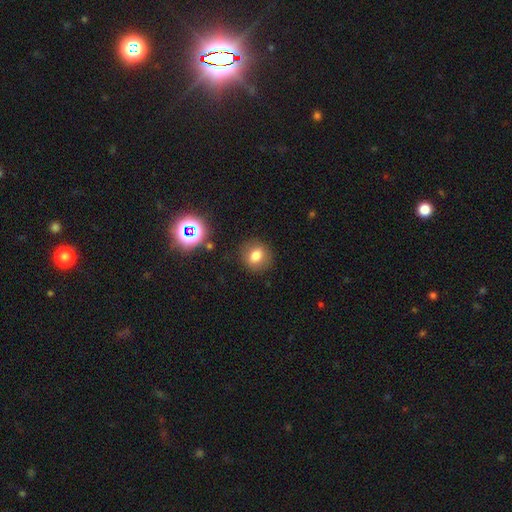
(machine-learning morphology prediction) smooth 76%, star or artifact 14%, featured or disk 10%. Down the decision tree: how rounded — round (74%); merging — none (87%).